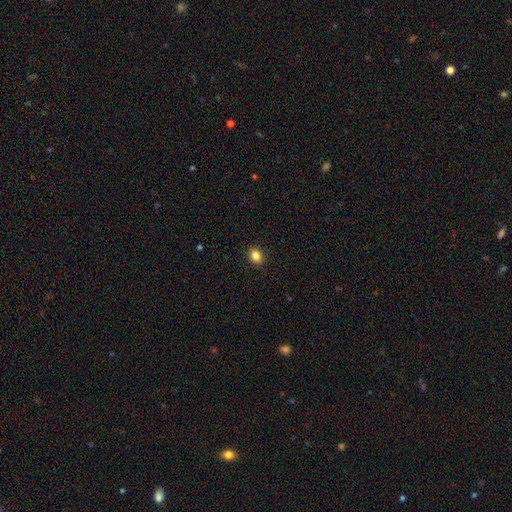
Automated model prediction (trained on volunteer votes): smooth 85%, star or artifact 11%, featured or disk 5%. Down the decision tree: how rounded — round (55%); merging — none (91%).